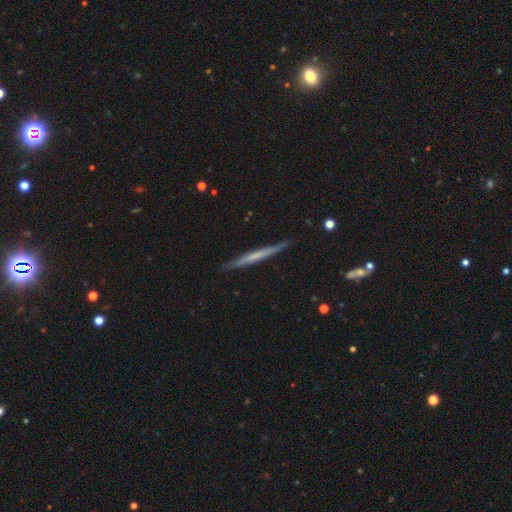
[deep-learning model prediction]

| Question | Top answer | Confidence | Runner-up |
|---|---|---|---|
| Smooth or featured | featured or disk | 54% | smooth (40%) |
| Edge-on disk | yes | 97% | no (3%) |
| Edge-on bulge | none | 81% | rounded (13%) |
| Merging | none | 89% | minor disturbance (8%) |